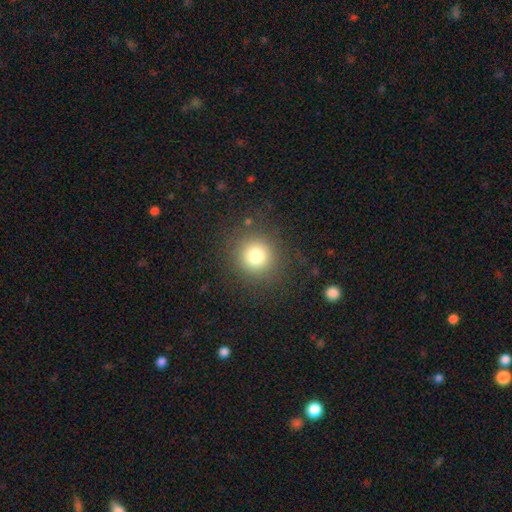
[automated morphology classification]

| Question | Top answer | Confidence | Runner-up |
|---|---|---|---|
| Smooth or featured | smooth | 78% | star or artifact (14%) |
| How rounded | round | 93% | in between (6%) |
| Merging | none | 87% | minor disturbance (8%) |